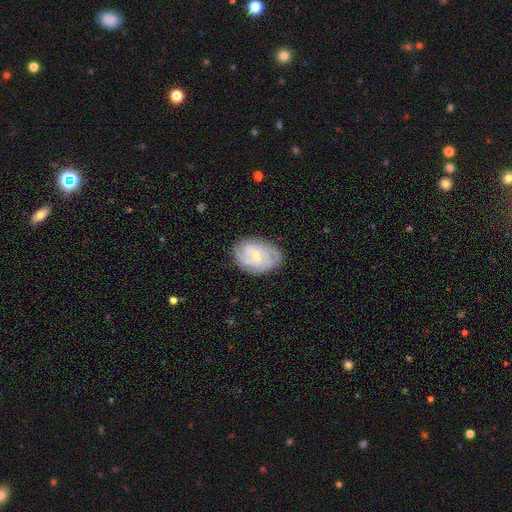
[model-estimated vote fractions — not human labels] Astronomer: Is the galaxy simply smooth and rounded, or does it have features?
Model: featured or disk — 71%.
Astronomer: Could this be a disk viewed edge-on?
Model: no — 97%.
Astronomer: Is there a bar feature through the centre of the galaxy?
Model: no — 53% (runner-up: weak, 40%).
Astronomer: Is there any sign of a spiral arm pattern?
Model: yes — 91%.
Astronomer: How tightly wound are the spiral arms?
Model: tight — 61%.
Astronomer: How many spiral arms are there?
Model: can't tell — 38% (runner-up: 3, 22%).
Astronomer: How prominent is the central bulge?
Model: small — 67%.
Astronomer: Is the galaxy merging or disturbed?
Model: none — 79%.